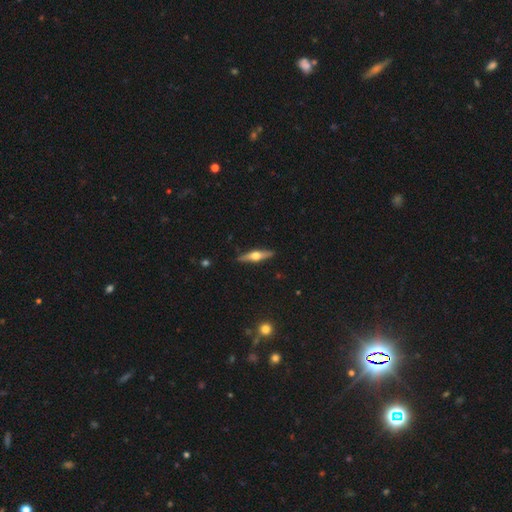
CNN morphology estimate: smooth-or-featured: featured or disk: 69% | smooth: 25% | star or artifact: 6%
  disk-edge-on: yes: 96% | no: 4%
    edge-on-bulge: rounded: 95% | boxy: 3% | none: 2%
  merging: none: 90% | minor disturbance: 7% | major disturbance: 1% | merger: 1%